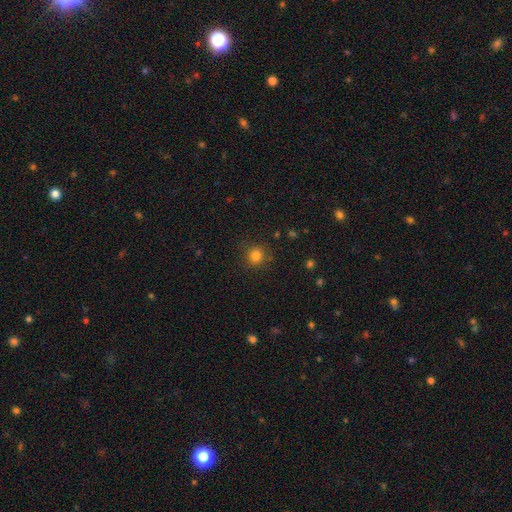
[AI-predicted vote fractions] smooth-or-featured: smooth: 82% | star or artifact: 13% | featured or disk: 5%
  how-rounded: round: 91% | in between: 8% | cigar-shaped: 1%
  merging: none: 86% | minor disturbance: 9% | major disturbance: 3% | merger: 1%